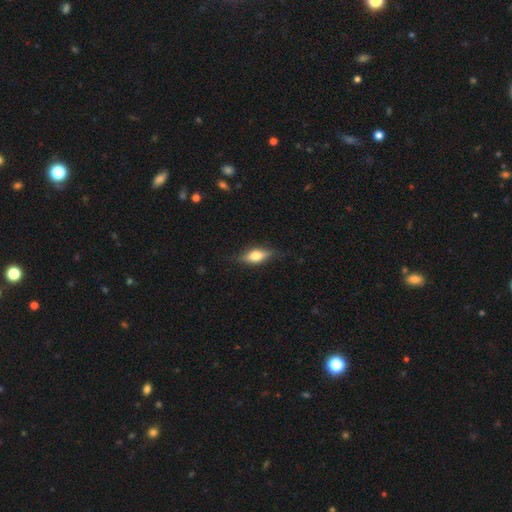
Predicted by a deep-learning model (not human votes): Q: Smooth or featured?
A: smooth (51%); runner-up: featured or disk (41%)
Q: How rounded?
A: in between (67%); runner-up: cigar-shaped (27%)
Q: Merging?
A: none (80%); runner-up: minor disturbance (15%)